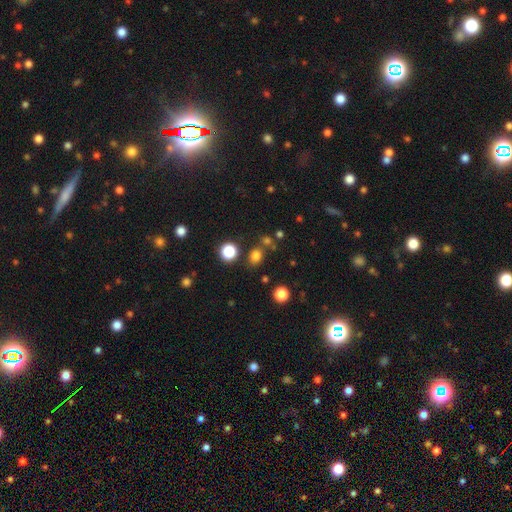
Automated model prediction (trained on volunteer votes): Smooth or featured: smooth — 75% (star or artifact — 19%)
How rounded: round — 61% (in between — 38%)
Merging: none — 76% (minor disturbance — 10%)